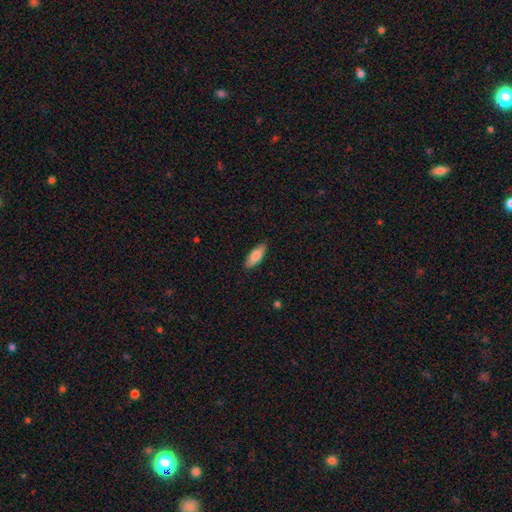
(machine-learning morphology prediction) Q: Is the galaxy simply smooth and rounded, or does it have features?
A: smooth — 79%.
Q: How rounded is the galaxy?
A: in between — 68%.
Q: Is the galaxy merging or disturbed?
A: none — 87%.